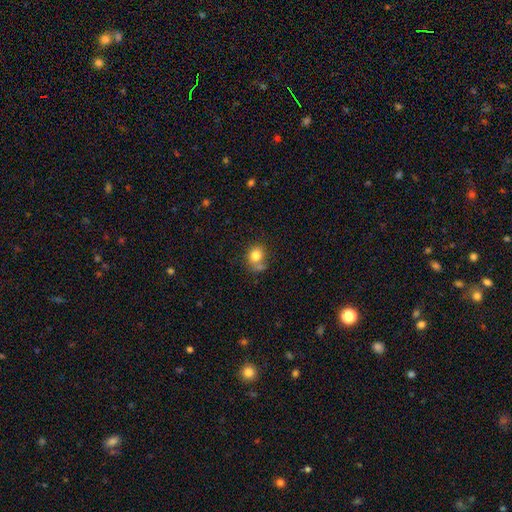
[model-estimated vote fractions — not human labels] Smooth or featured?
  - smooth: 80% *
  - featured or disk: 10%
  - star or artifact: 10%
How rounded?
  - round: 71% *
  - in between: 28%
  - cigar-shaped: 1%
Merging?
  - none: 53% *
  - minor disturbance: 21%
  - merger: 16%
  - major disturbance: 10%